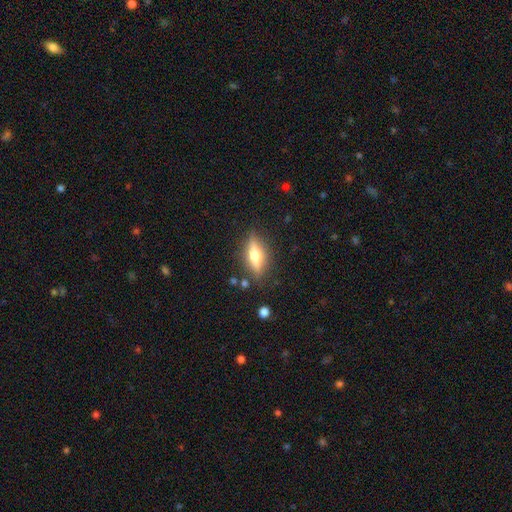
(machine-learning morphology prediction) smooth_or_featured: featured or disk (p=0.57) [alt: smooth p=0.36]
disk_edge_on: yes (p=0.91) [alt: no p=0.09]
edge_on_bulge: rounded (p=0.88) [alt: boxy p=0.07]
merging: none (p=0.84) [alt: minor disturbance p=0.11]